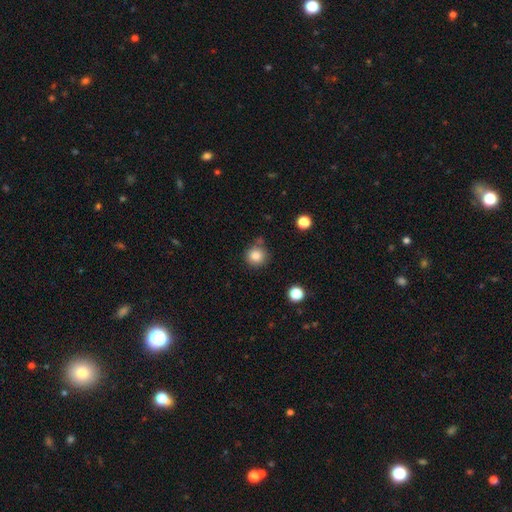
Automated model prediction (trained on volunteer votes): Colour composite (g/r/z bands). It shows a smooth galaxy with no disk features (83%) that is round (93%). Merging: none (77%).